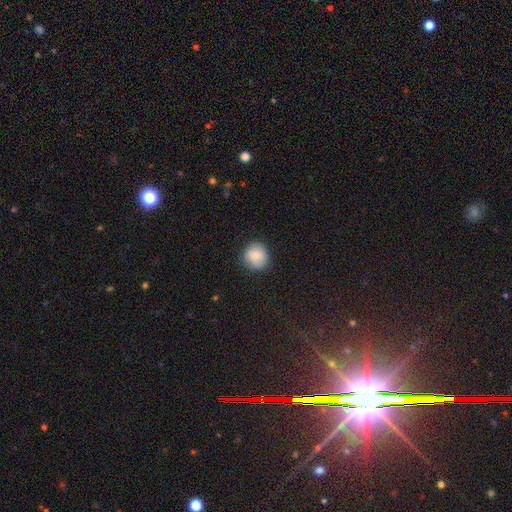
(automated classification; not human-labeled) Overall: smooth (81%). How rounded: round (89%). Merging: none (83%).